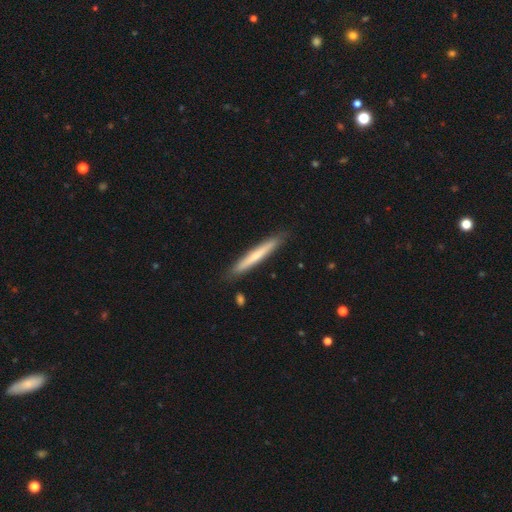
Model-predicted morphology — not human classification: A smooth galaxy with no disk features (59%) that is cigar-shaped (96%).

Vote fractions:
- Smooth or featured? smooth: 59% / featured or disk: 35% / star or artifact: 5%
- How rounded? cigar-shaped: 96% / in between: 3% / round: 1%
- Merging? none: 89% / minor disturbance: 9% / major disturbance: 1% / merger: 1%